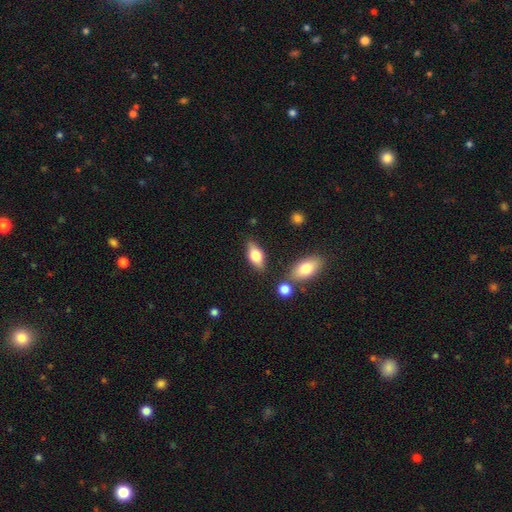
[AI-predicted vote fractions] Smooth or featured?
  - smooth: 68% *
  - featured or disk: 25%
  - star or artifact: 7%
How rounded?
  - in between: 83% *
  - cigar-shaped: 12%
  - round: 5%
Merging?
  - none: 77% *
  - minor disturbance: 14%
  - merger: 5%
  - major disturbance: 4%